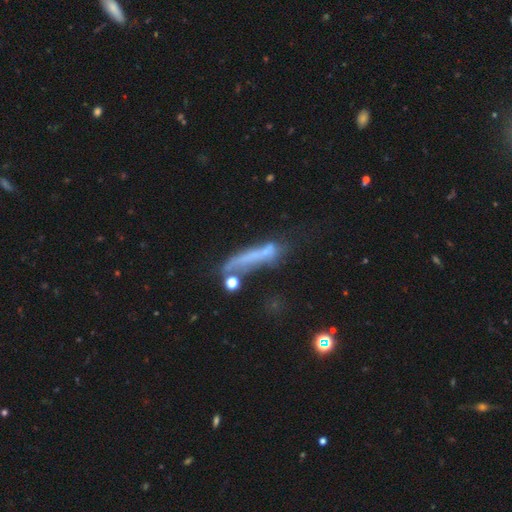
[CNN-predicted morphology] Smooth or featured? Predicted: smooth (p=0.46). Merging? Predicted: none (p=0.37).